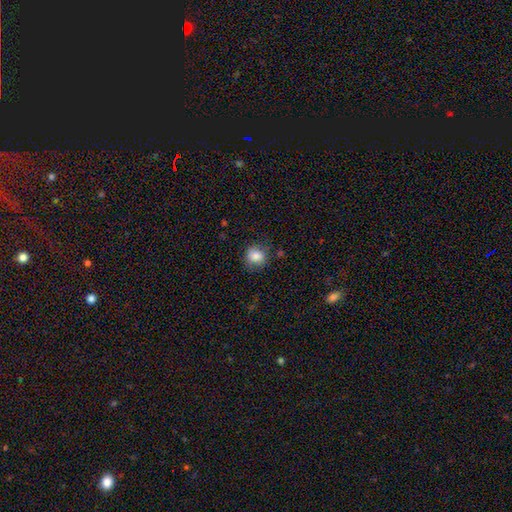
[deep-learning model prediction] Overall: smooth (84%). How rounded: round (75%). Merging: none (75%).